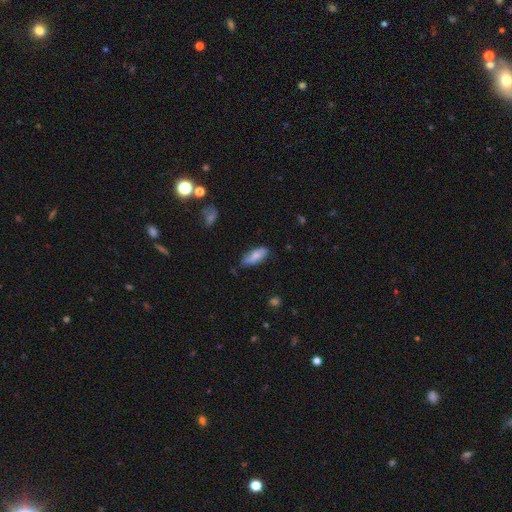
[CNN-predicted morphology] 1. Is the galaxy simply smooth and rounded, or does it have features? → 75% smooth, 18% featured or disk, 7% star or artifact.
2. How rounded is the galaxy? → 77% in between, 21% cigar-shaped, 2% round.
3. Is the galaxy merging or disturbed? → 62% none, 30% minor disturbance, 5% major disturbance, 3% merger.